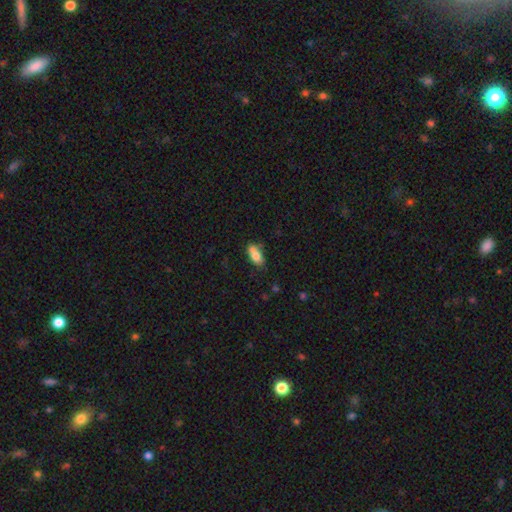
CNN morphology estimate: A smooth galaxy with no disk features (75%) that is in between round and cigar-shaped (84%). Merging: none (53%).